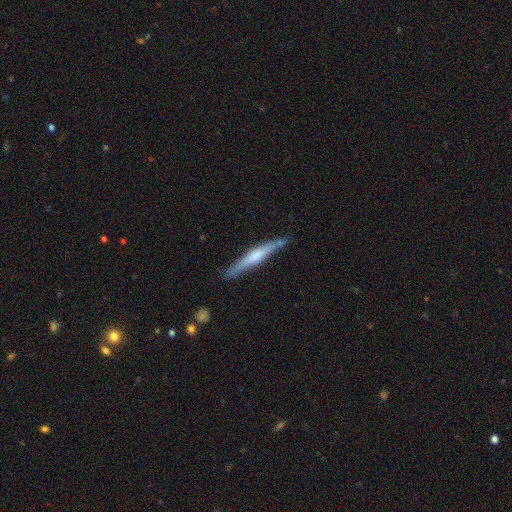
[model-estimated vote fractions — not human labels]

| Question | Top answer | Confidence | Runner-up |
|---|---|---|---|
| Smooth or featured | featured or disk | 52% | smooth (42%) |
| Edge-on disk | yes | 96% | no (4%) |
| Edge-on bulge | rounded | 46% | none (32%) |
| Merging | none | 80% | minor disturbance (14%) |